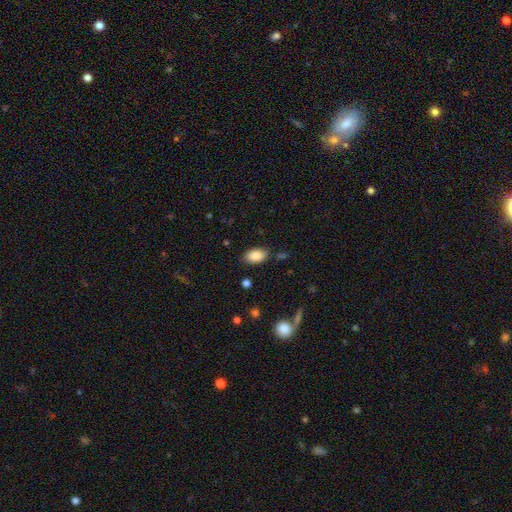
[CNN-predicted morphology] smooth_or_featured: smooth (p=0.86) [alt: star or artifact p=0.08]
how_rounded: in between (p=0.92) [alt: round p=0.07]
merging: none (p=0.81) [alt: minor disturbance p=0.14]